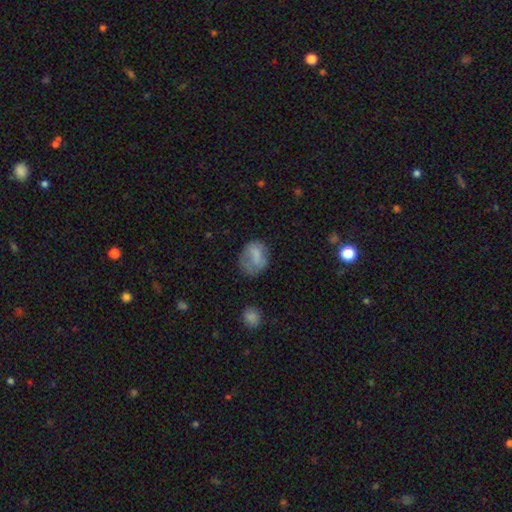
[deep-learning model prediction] This appears to be a smooth galaxy with no disk features (70%) that is in between round and cigar-shaped (54%). Merging: none (53%).